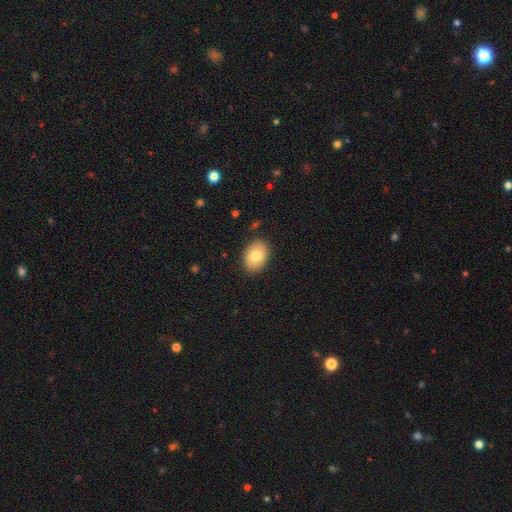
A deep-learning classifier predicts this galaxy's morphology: This is likely a smooth galaxy (78%). How rounded: likely in between (77%). Merging: clearly none (87%).